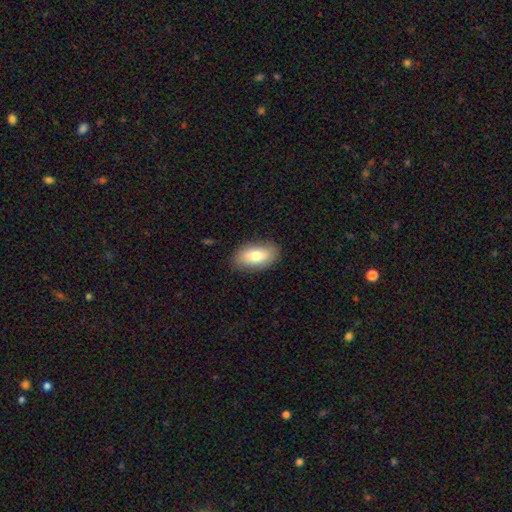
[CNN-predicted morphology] The model was most divided on "smooth or featured": smooth: 77%, featured or disk: 16%, star or artifact: 7%. More confident: how rounded — in between (92%); merging — none (86%).